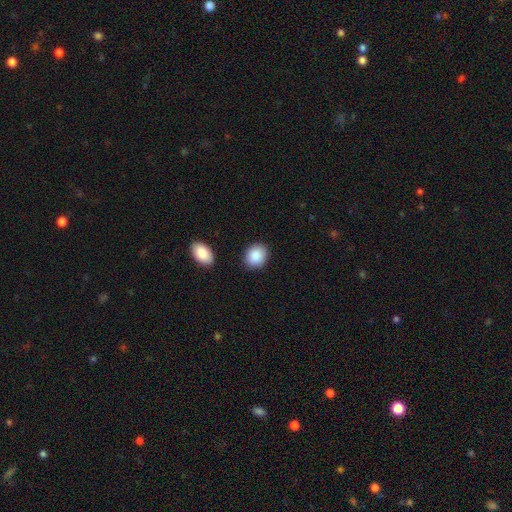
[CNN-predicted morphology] Smooth or featured? smooth (88%)
How rounded? round (50%)
Merging? none (85%)